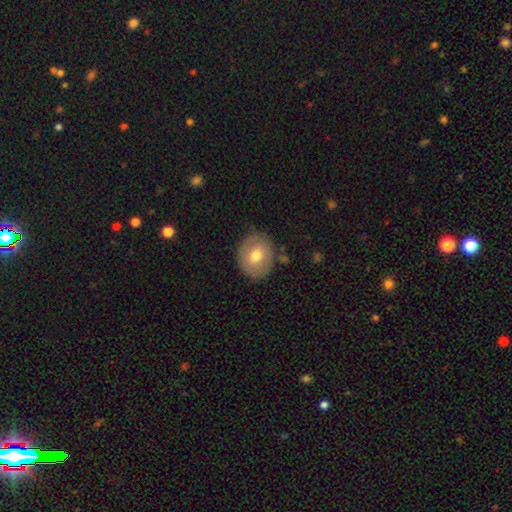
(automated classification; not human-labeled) A smooth galaxy with no disk features (66%) that is round (62%).

Vote fractions:
- Smooth or featured? smooth: 66% / featured or disk: 26% / star or artifact: 8%
- How rounded? round: 62% / in between: 37% / cigar-shaped: 1%
- Merging? none: 80% / minor disturbance: 14% / major disturbance: 3% / merger: 2%